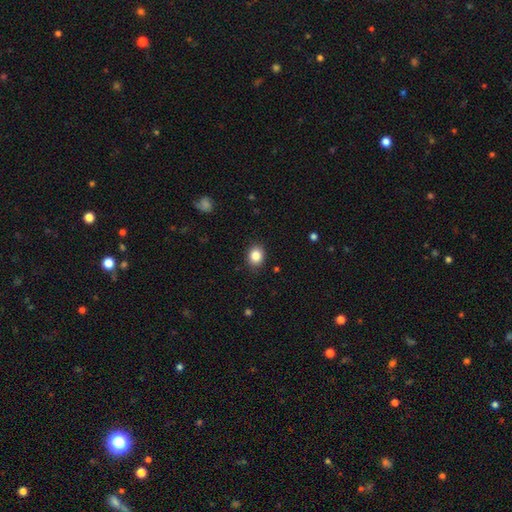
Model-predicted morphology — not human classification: Overall: smooth (85%). How rounded: round (56%; in between 43%). Merging: none (88%).